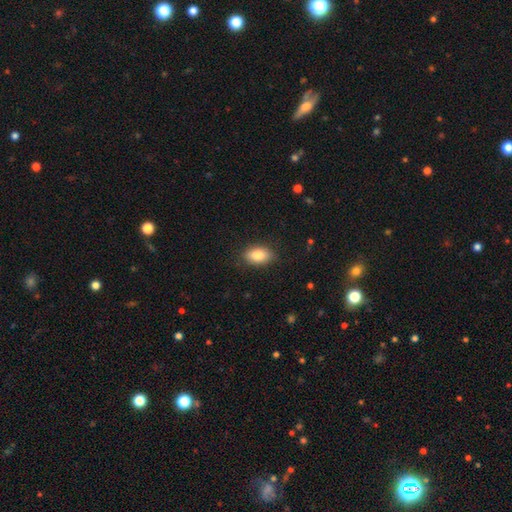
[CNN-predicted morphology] Smooth or featured: smooth — 83% (featured or disk — 9%)
How rounded: in between — 89% (round — 8%)
Merging: none — 86% (minor disturbance — 11%)